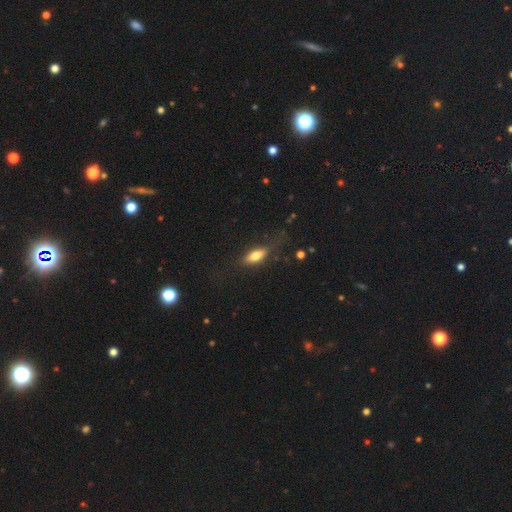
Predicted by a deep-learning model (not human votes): smooth 71%, featured or disk 22%, star or artifact 7%. Down the decision tree: how rounded — in between (73%); merging — none (67%).